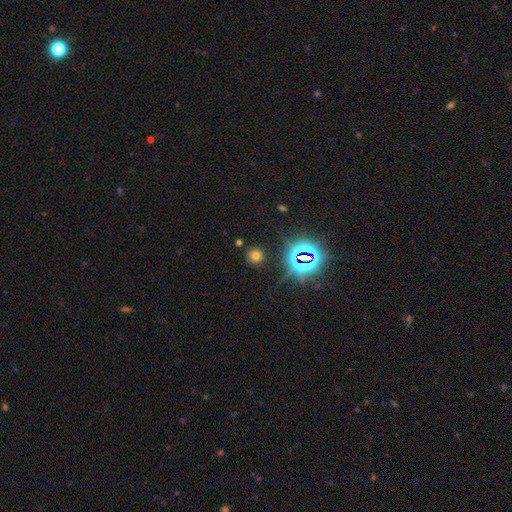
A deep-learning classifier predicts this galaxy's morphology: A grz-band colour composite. It shows a smooth galaxy with no disk features (63%) that is round (90%). Merging: none (87%).